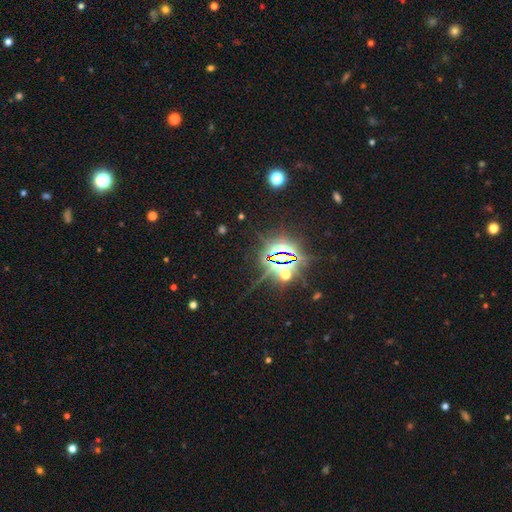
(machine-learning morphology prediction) This appears to be a star or artifact, not a galaxy (85%).